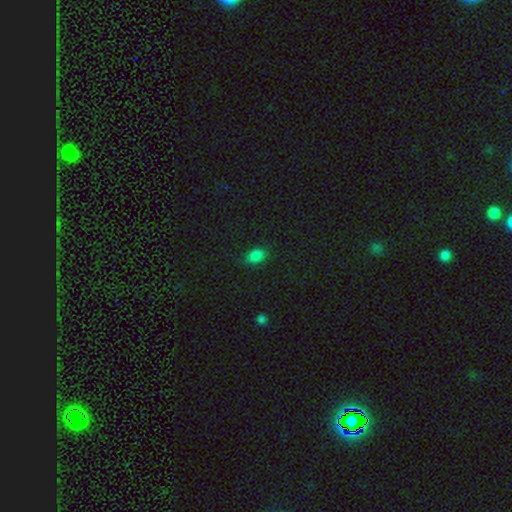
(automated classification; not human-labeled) This is clearly a smooth galaxy (82%). How rounded: clearly in between (80%). Merging: clearly none (82%).